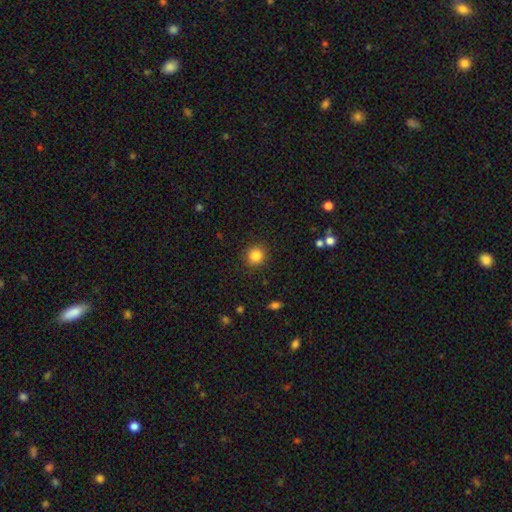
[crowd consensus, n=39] Smooth or featured? 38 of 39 (97%) said smooth. How rounded? 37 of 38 (97%) said round. Merging? 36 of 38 (95%) said none.